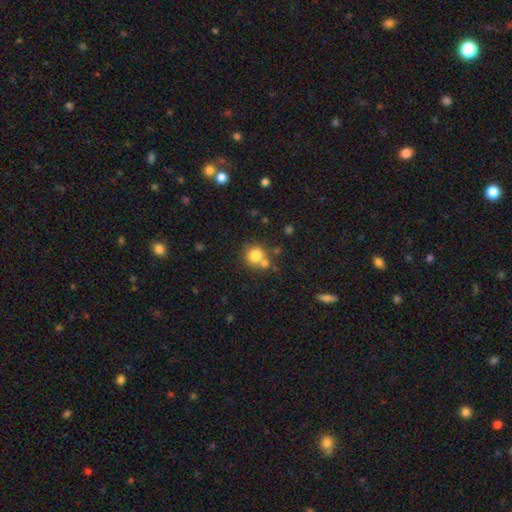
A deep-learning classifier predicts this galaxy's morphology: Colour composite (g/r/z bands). It shows a smooth galaxy with no disk features (80%) that is round (84%). Merging: none (55%).